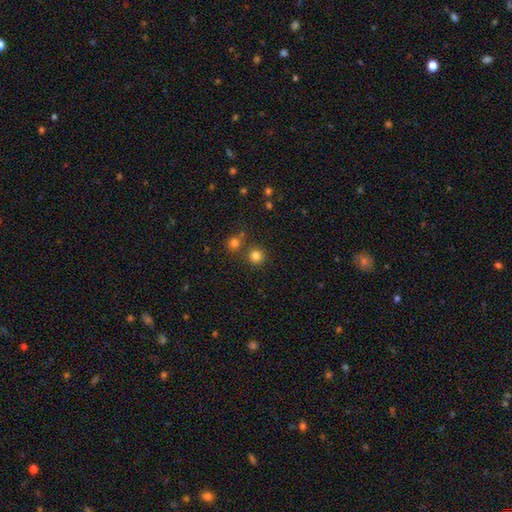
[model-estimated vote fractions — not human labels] Smooth or featured: smooth — 80% (star or artifact — 15%)
How rounded: round — 92% (in between — 7%)
Merging: none — 77% (merger — 14%)